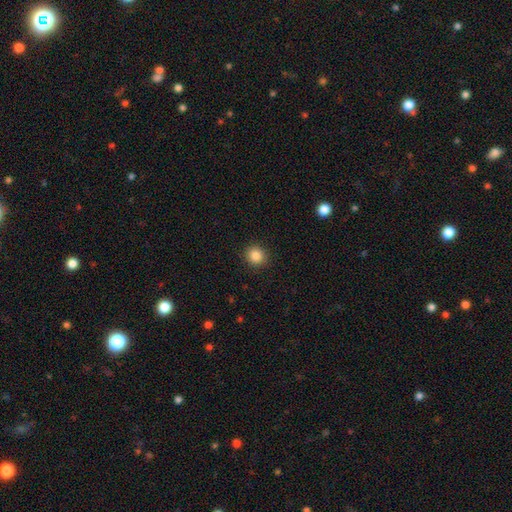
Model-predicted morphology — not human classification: Smooth or featured?
  - smooth: 85% *
  - star or artifact: 10%
  - featured or disk: 4%
How rounded?
  - round: 88% *
  - in between: 11%
  - cigar-shaped: 1%
Merging?
  - none: 91% *
  - minor disturbance: 6%
  - major disturbance: 2%
  - merger: 1%